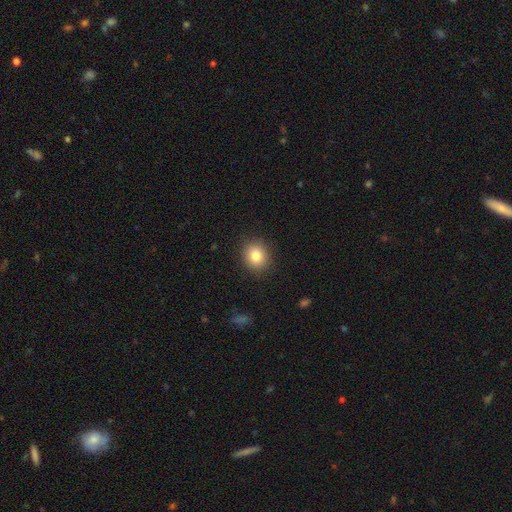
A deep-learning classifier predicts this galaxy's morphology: smooth 83%, star or artifact 10%, featured or disk 7%. Down the decision tree: how rounded — round (73%); merging — none (89%).